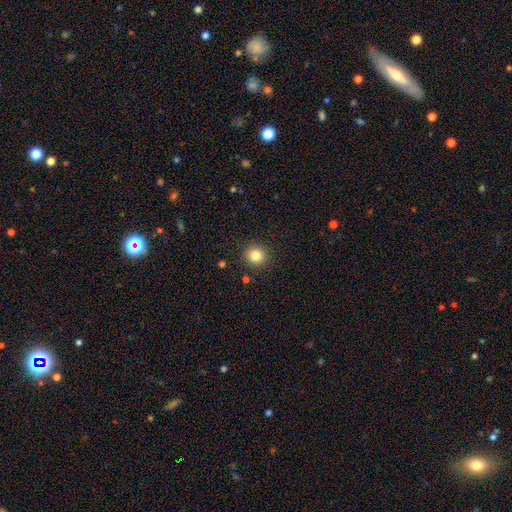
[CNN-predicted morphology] type=smooth (83%); roundness=round (91%); merging=none (90%).